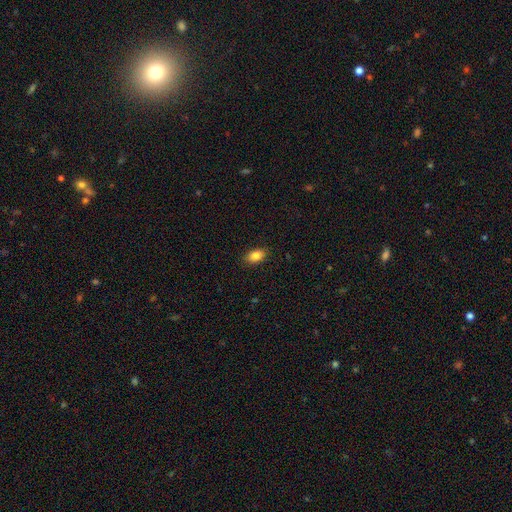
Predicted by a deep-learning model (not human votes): This appears to be a smooth galaxy with no disk features (86%) that is in between round and cigar-shaped (87%). Merging: none (88%).